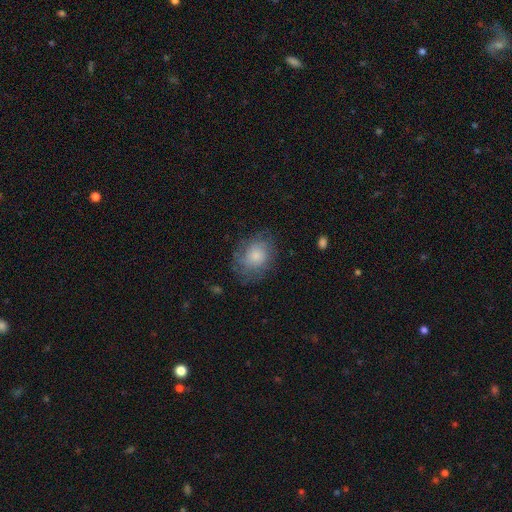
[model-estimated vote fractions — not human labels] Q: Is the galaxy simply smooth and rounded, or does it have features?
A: smooth — 73%.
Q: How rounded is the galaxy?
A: round — 52%.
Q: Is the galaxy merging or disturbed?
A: none — 67%.